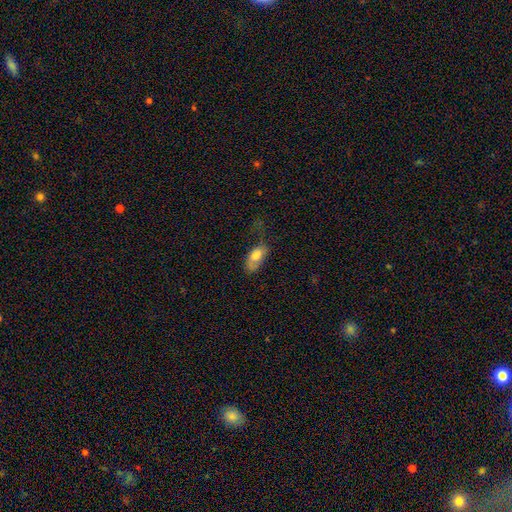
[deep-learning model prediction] The model was most divided on "merging": none: 41%, minor disturbance: 34%, major disturbance: 22%, merger: 3%. More confident: how rounded — in between (90%); smooth or featured — smooth (75%).